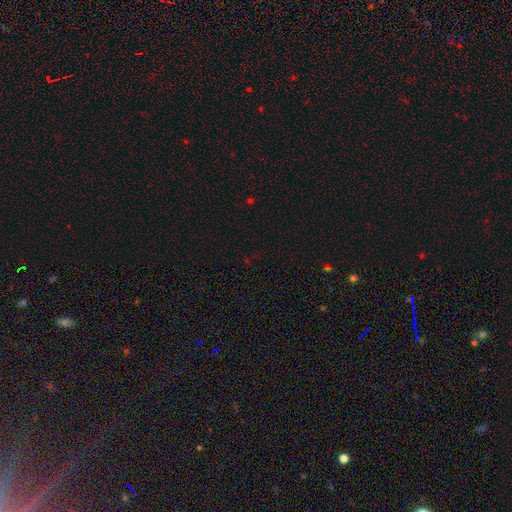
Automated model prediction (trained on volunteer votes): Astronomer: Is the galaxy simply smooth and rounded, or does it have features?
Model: star or artifact — 68%.